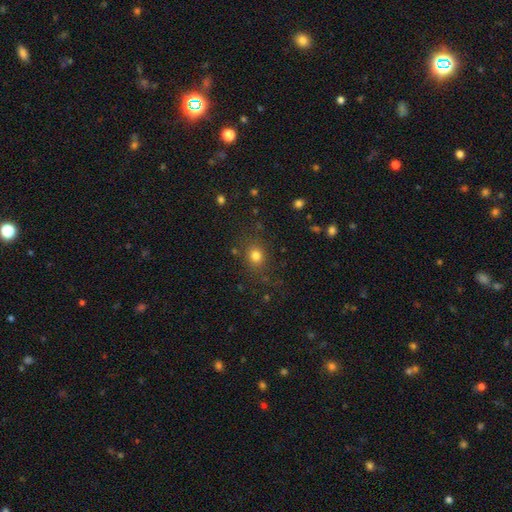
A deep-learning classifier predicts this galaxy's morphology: A smooth galaxy with no disk features (79%) that is round (72%).

Vote fractions:
- Smooth or featured? smooth: 79% / star or artifact: 14% / featured or disk: 7%
- How rounded? round: 72% / in between: 27% / cigar-shaped: 1%
- Merging? none: 82% / minor disturbance: 11% / major disturbance: 5% / merger: 3%